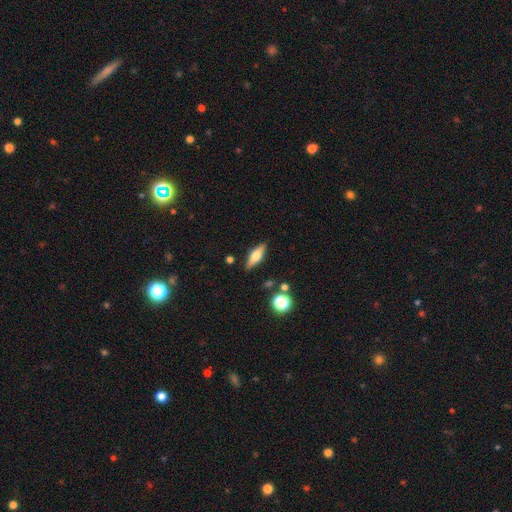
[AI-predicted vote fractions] A featured or disk galaxy (47%).

Vote fractions:
- Smooth or featured? featured or disk: 47% / smooth: 46% / star or artifact: 8%
- Merging? none: 86% / minor disturbance: 9% / merger: 2% / major disturbance: 2%